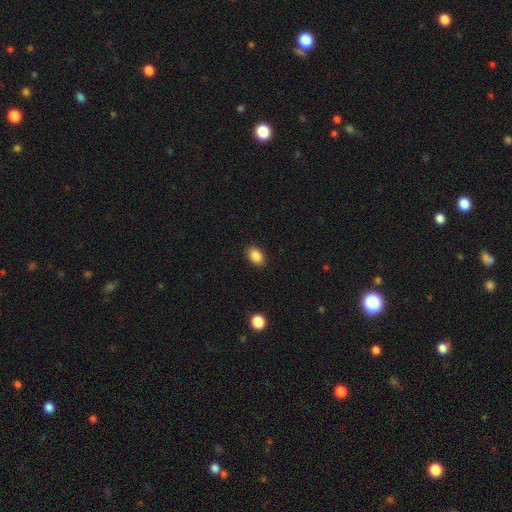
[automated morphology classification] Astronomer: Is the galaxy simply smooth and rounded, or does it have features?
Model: smooth — 88%.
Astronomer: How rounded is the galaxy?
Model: in between — 83%.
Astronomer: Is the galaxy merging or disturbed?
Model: none — 89%.